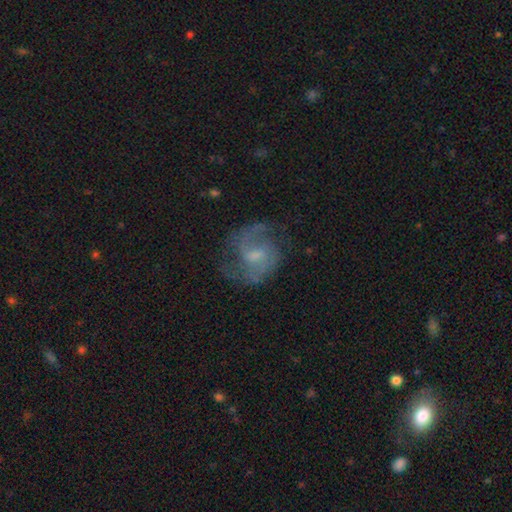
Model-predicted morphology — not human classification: smooth-or-featured: featured or disk: 80% | smooth: 13% | star or artifact: 7%
  disk-edge-on: no: 98% | yes: 2%
    bar: weak: 61% | no: 25% | strong: 14%
    has-spiral-arms: yes: 93% | no: 7%
      spiral-winding: medium: 55% | loose: 24% | tight: 21%
      spiral-arm-count: 2: 80% | can't tell: 10% | 1: 4% | 3: 3% | 4: 1% | more than 4: 1%
    bulge-size: small: 44% | moderate: 33% | none: 19% | large: 3% | dominant: 1%
  merging: none: 67% | minor disturbance: 19% | major disturbance: 13% | merger: 2%